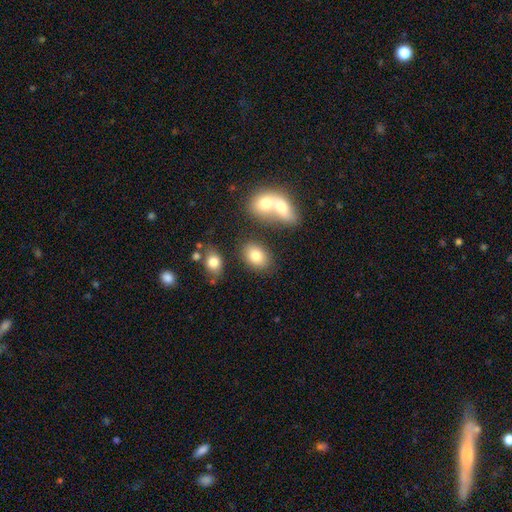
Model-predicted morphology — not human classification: Overall: smooth (81%). How rounded: in between (81%). Merging: none (73%).